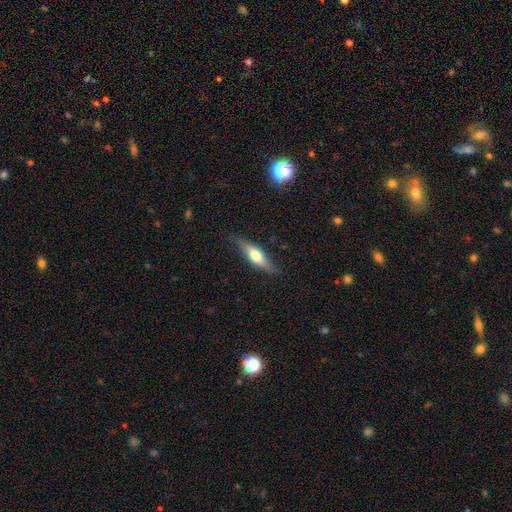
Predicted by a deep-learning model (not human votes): Smooth or featured? Predicted: featured or disk (p=0.49). Merging? Predicted: none (p=0.76).